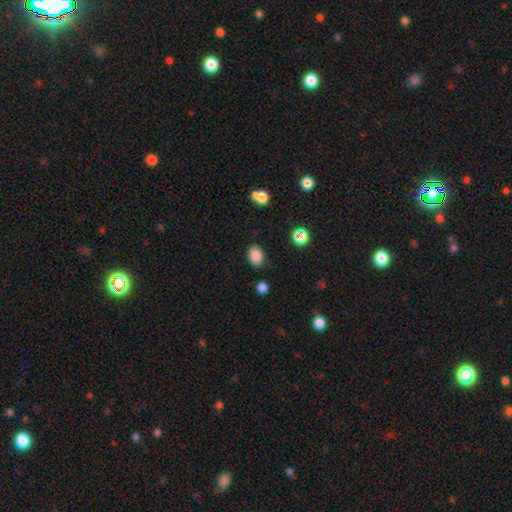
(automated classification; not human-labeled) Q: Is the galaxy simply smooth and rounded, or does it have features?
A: smooth — 86%.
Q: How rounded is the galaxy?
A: in between — 73%.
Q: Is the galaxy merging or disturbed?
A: none — 82%.